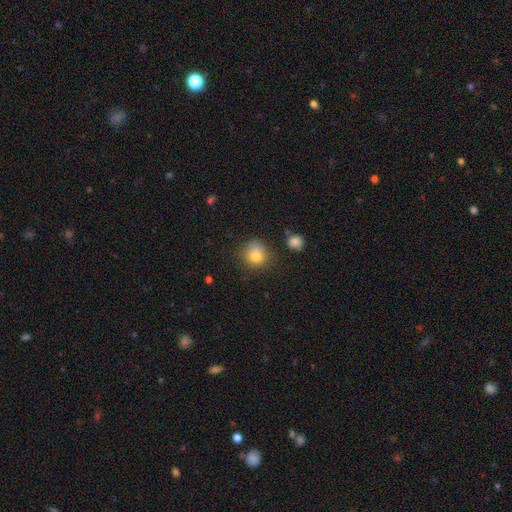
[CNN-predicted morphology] A smooth galaxy with no disk features (80%) that is round (86%).

Vote fractions:
- Smooth or featured? smooth: 80% / star or artifact: 11% / featured or disk: 9%
- How rounded? round: 86% / in between: 13% / cigar-shaped: 1%
- Merging? none: 73% / minor disturbance: 18% / major disturbance: 5% / merger: 4%